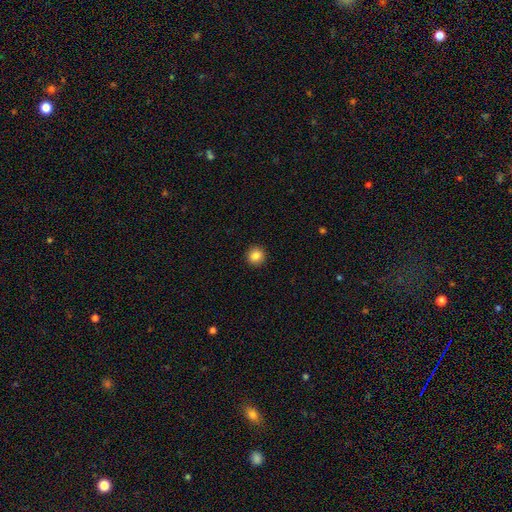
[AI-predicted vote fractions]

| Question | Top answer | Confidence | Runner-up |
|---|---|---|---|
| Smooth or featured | smooth | 86% | star or artifact (10%) |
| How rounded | round | 93% | in between (6%) |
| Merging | none | 93% | minor disturbance (5%) |